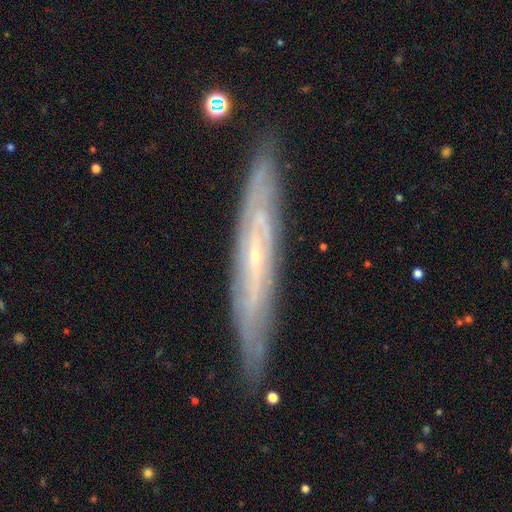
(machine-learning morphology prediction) This appears to be a featured or disk galaxy (74%) viewed edge-on (69%) with no central bulge (58%). Merging: none (86%).